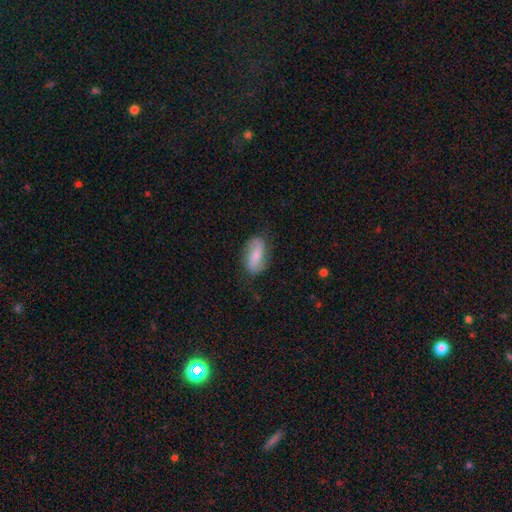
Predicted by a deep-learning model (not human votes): Smooth or featured: featured or disk — 47% (smooth — 46%)
Merging: none — 74% (minor disturbance — 19%)